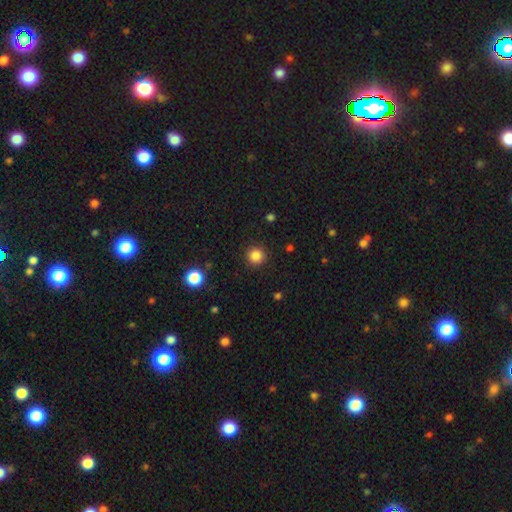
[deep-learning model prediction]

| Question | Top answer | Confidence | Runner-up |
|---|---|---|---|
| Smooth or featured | smooth | 85% | star or artifact (11%) |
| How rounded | round | 95% | in between (4%) |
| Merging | none | 91% | minor disturbance (6%) |